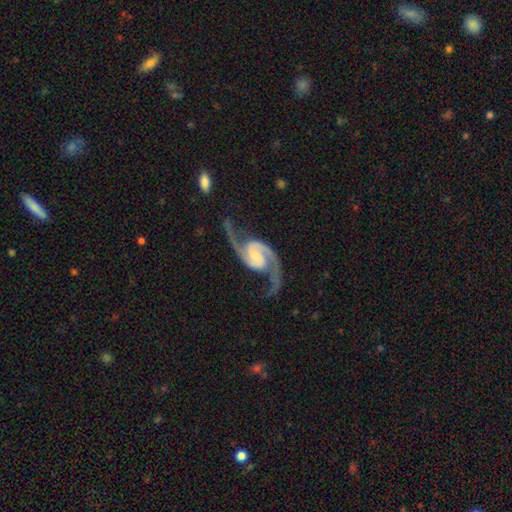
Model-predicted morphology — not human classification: Smooth or featured? Predicted: featured or disk (p=0.94). Edge-on disk? Predicted: no (p=0.98). Bar? Predicted: no (p=0.46). Spiral arms? Predicted: yes (p=0.99). Spiral winding? Predicted: loose (p=0.50). Spiral arm count? Predicted: 2 (p=0.95). Bulge size? Predicted: small (p=0.51). Merging? Predicted: none (p=0.72).